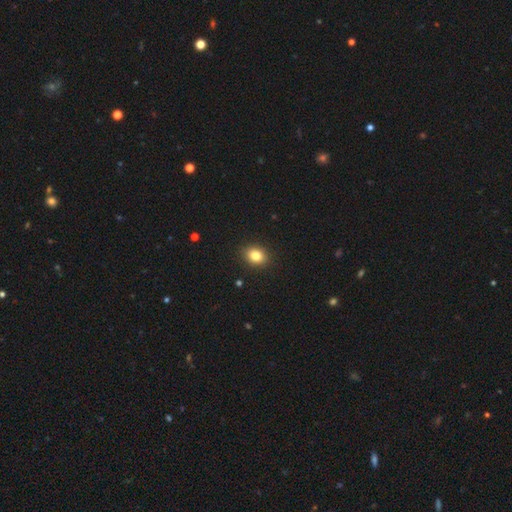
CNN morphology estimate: A smooth galaxy with no disk features (83%) that is in between round and cigar-shaped (52%).

Vote fractions:
- Smooth or featured? smooth: 83% / star or artifact: 10% / featured or disk: 6%
- How rounded? in between: 52% / round: 47% / cigar-shaped: 1%
- Merging? none: 90% / minor disturbance: 7% / major disturbance: 2% / merger: 1%